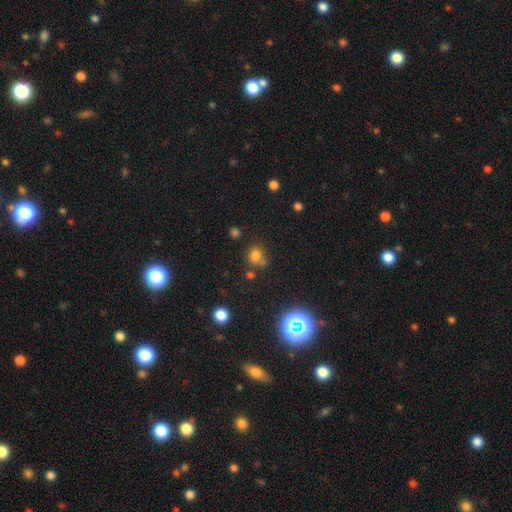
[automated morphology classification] Smooth or featured? Predicted: smooth (p=0.72). How rounded? Predicted: round (p=0.82). Merging? Predicted: none (p=0.60).